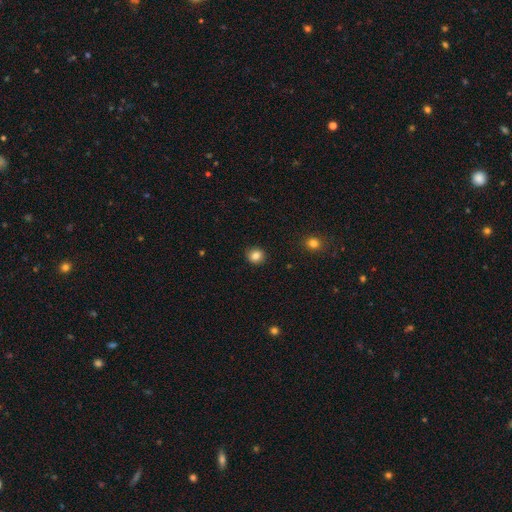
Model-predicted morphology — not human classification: smooth_or_featured: smooth (p=0.84) [alt: star or artifact p=0.11]
how_rounded: round (p=0.85) [alt: in between p=0.14]
merging: none (p=0.91) [alt: minor disturbance p=0.06]